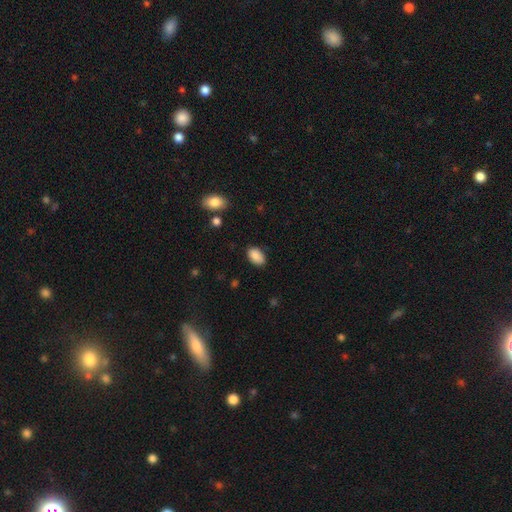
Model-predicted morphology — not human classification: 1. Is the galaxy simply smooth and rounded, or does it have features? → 89% smooth, 8% star or artifact, 4% featured or disk.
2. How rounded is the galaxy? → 91% in between, 8% round, 1% cigar-shaped.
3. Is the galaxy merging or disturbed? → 83% none, 12% minor disturbance, 3% major disturbance, 1% merger.